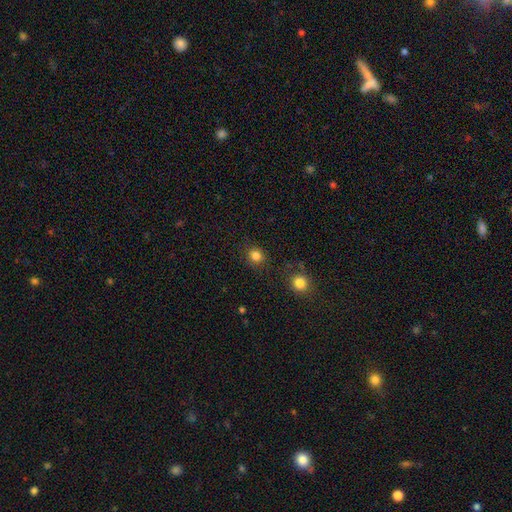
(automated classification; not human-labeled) smooth 83%, star or artifact 13%, featured or disk 4%. Down the decision tree: how rounded — round (87%); merging — none (85%).